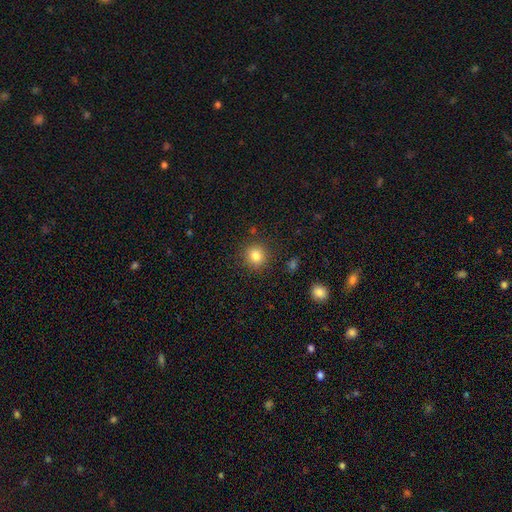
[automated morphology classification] Smooth or featured? Predicted: smooth (p=0.83). How rounded? Predicted: round (p=0.89). Merging? Predicted: none (p=0.88).